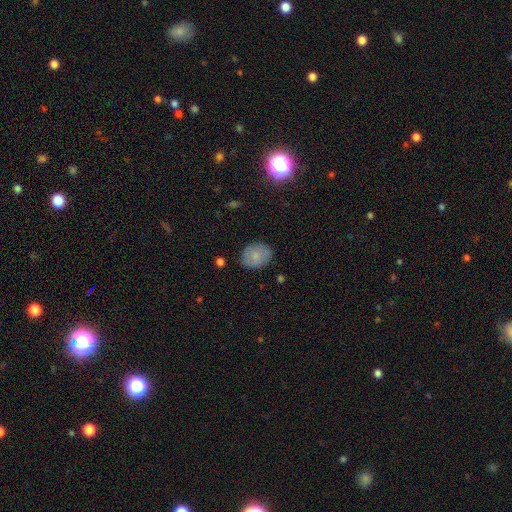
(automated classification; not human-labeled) This appears to be a smooth galaxy with no disk features (72%) that is round (50%). Merging: none (80%).